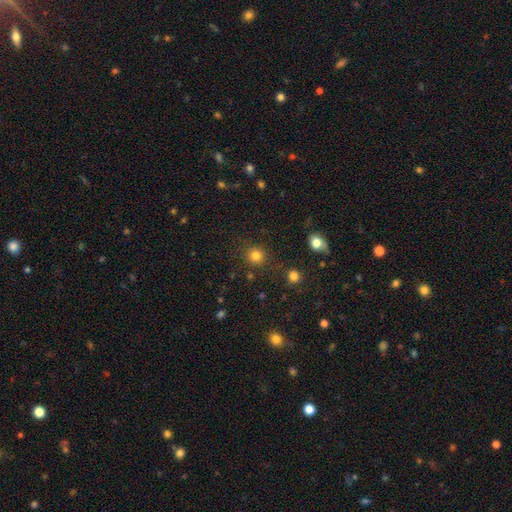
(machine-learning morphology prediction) Overall: smooth (81%). How rounded: round (91%). Merging: none (86%).